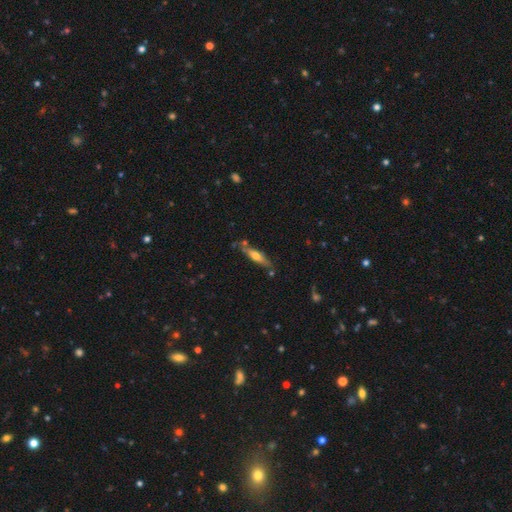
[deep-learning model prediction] A featured or disk galaxy (48%).

Vote fractions:
- Smooth or featured? featured or disk: 48% / smooth: 45% / star or artifact: 7%
- Merging? none: 71% / minor disturbance: 17% / merger: 8% / major disturbance: 4%